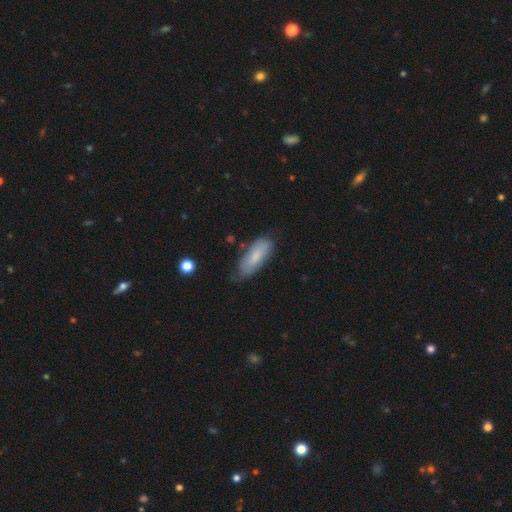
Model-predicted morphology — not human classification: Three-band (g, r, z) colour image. It shows a smooth galaxy with no disk features (74%) that is in between round and cigar-shaped (75%). Merging: none (63%).